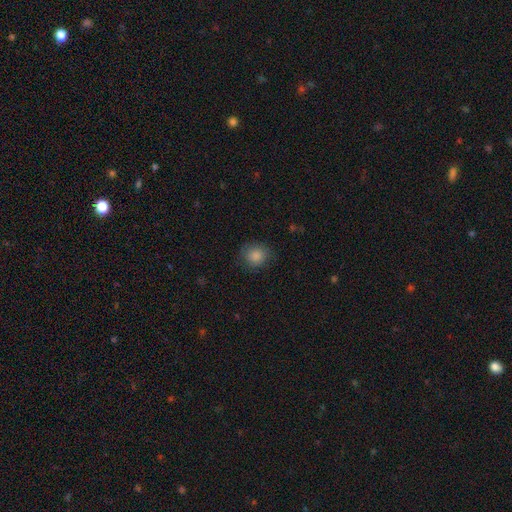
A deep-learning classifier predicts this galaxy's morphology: Smooth or featured? smooth (85%)
How rounded? round (83%)
Merging? none (79%)